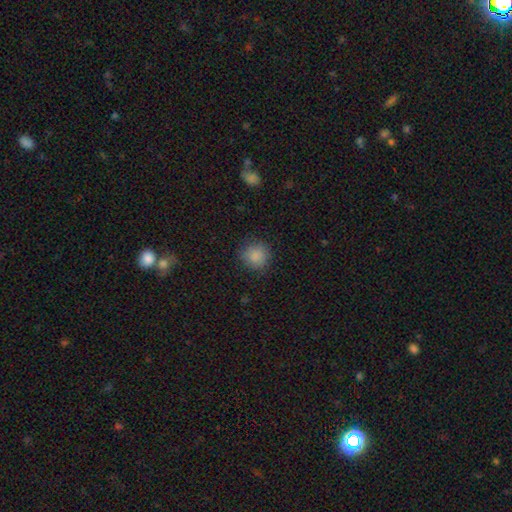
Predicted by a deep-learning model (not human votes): Morphology: type=smooth (86%); roundness=round (89%); merging=none (84%).